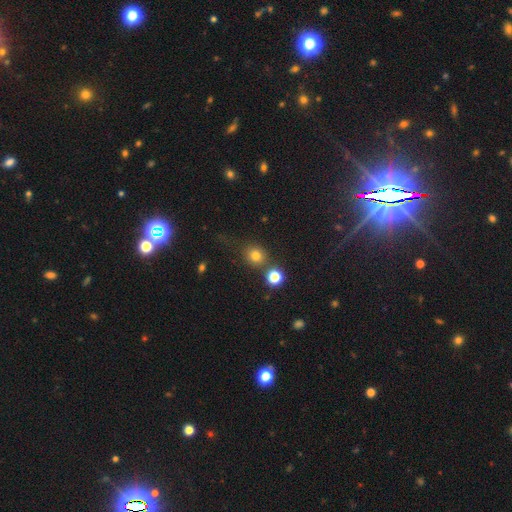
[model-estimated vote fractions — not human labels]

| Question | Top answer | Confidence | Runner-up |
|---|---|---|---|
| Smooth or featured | smooth | 76% | star or artifact (16%) |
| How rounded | round | 85% | in between (14%) |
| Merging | none | 71% | merger (13%) |